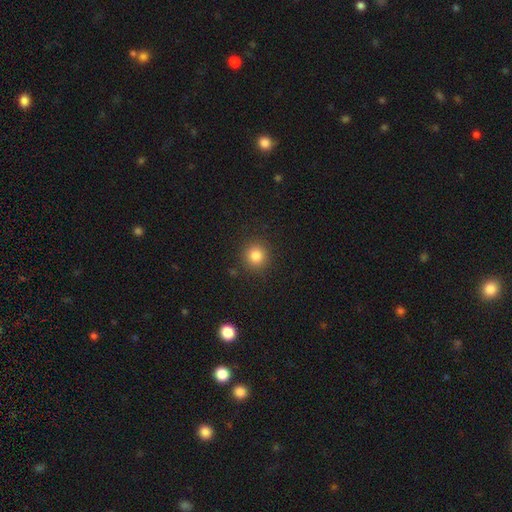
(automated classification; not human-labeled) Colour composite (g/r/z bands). It shows a smooth galaxy with no disk features (82%) that is round (91%). Merging: none (89%).